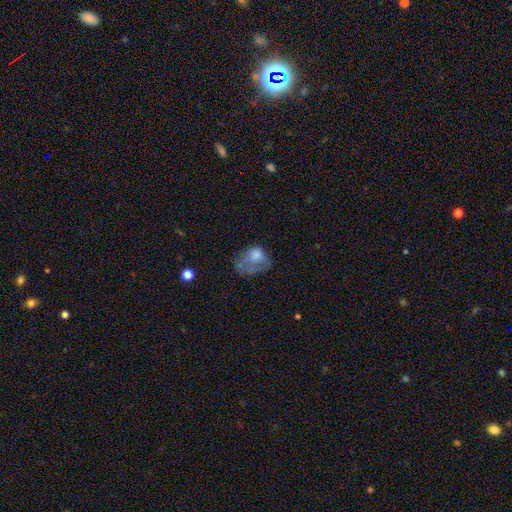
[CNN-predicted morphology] Smooth or featured? Predicted: smooth (p=0.65). How rounded? Predicted: in between (p=0.69). Merging? Predicted: major disturbance (p=0.43).